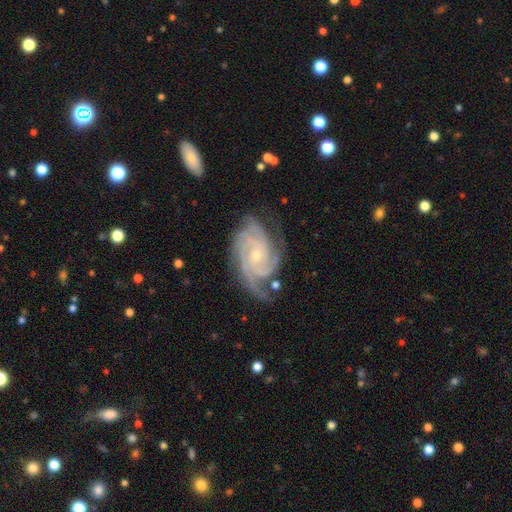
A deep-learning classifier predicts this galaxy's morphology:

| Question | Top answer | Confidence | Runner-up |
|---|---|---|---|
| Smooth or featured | featured or disk | 85% | star or artifact (8%) |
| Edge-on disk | no | 96% | yes (4%) |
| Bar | no | 71% | weak (23%) |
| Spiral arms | yes | 98% | no (2%) |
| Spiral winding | tight | 67% | medium (27%) |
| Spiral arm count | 3 | 28% | 4 (26%) |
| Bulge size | small | 71% | moderate (25%) |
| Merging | none | 71% | minor disturbance (19%) |